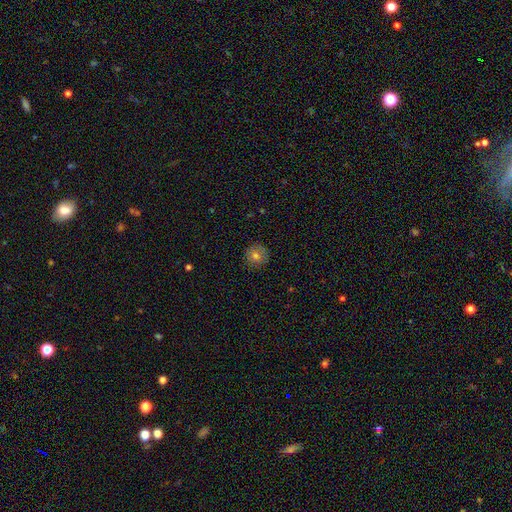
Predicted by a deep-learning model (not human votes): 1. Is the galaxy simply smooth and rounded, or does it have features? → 73% smooth, 16% featured or disk, 12% star or artifact.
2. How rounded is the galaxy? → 94% round, 5% in between, 1% cigar-shaped.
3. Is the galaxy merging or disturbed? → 87% none, 10% minor disturbance, 2% major disturbance, 1% merger.